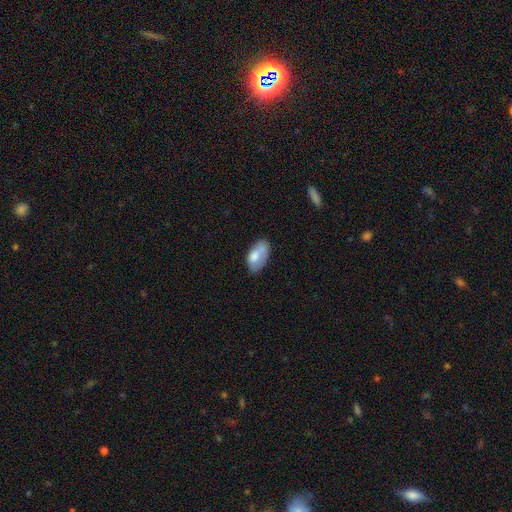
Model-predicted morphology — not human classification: Overall: smooth (72%). How rounded: in between (94%). Merging: none (49%; minor disturbance 30%).